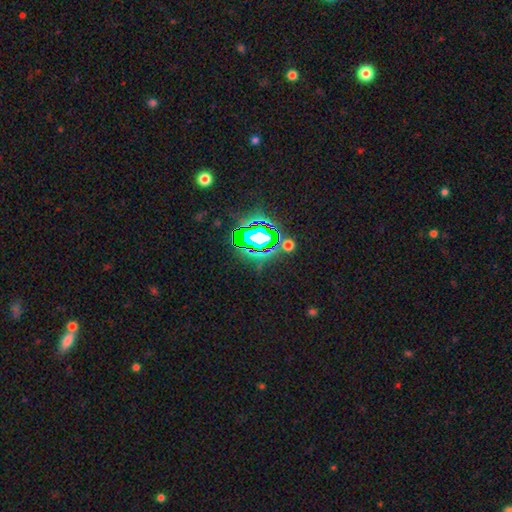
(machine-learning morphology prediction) The model was most divided on "smooth or featured": star or artifact: 81%, smooth: 12%, featured or disk: 7%.